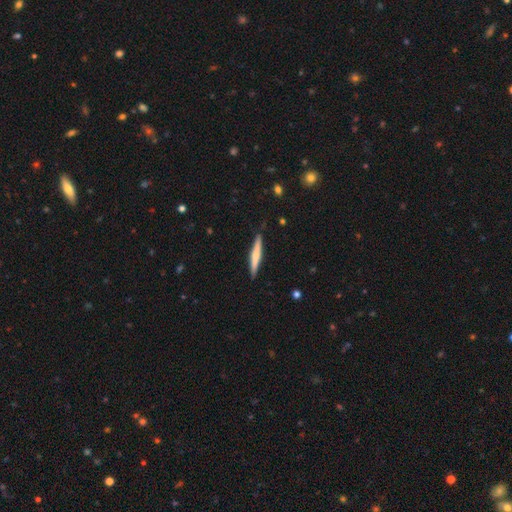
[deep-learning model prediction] A smooth galaxy with no disk features (52%) that is cigar-shaped (94%).

Vote fractions:
- Smooth or featured? smooth: 52% / featured or disk: 43% / star or artifact: 5%
- How rounded? cigar-shaped: 94% / in between: 4% / round: 1%
- Merging? none: 89% / minor disturbance: 8% / major disturbance: 1% / merger: 1%